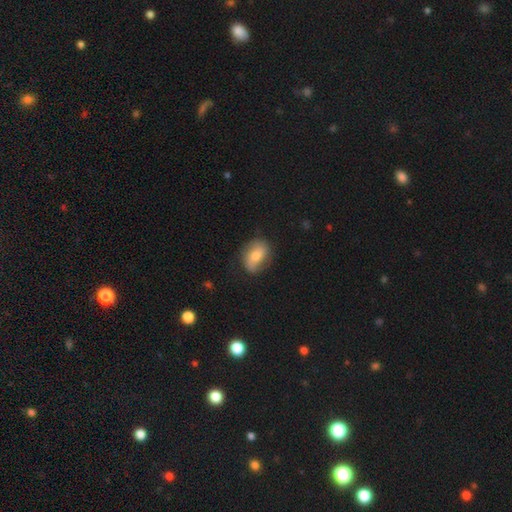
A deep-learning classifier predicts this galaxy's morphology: Smooth or featured? Predicted: smooth (p=0.52). How rounded? Predicted: in between (p=0.73). Merging? Predicted: none (p=0.73).